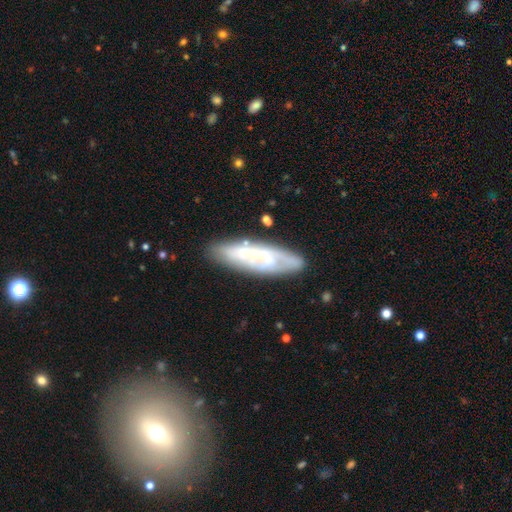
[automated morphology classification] This appears to be a featured or disk galaxy (60%). Merging: none (76%).